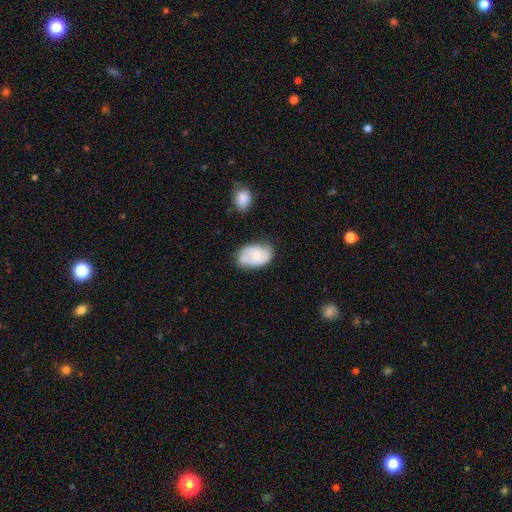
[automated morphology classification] smooth-or-featured: smooth: 55% | featured or disk: 38% | star or artifact: 7%
  how-rounded: in between: 88% | round: 10% | cigar-shaped: 1%
  merging: none: 47% | minor disturbance: 30% | merger: 14% | major disturbance: 9%